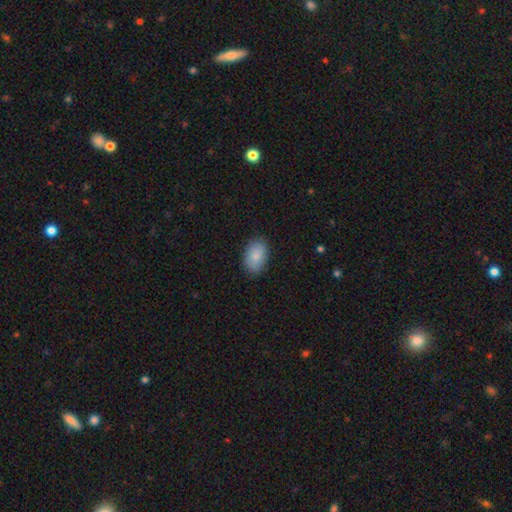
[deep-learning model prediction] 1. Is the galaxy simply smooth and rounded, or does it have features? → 87% smooth, 7% star or artifact, 6% featured or disk.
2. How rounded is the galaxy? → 90% in between, 9% round, 1% cigar-shaped.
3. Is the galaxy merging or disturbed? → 86% none, 10% minor disturbance, 2% major disturbance, 1% merger.